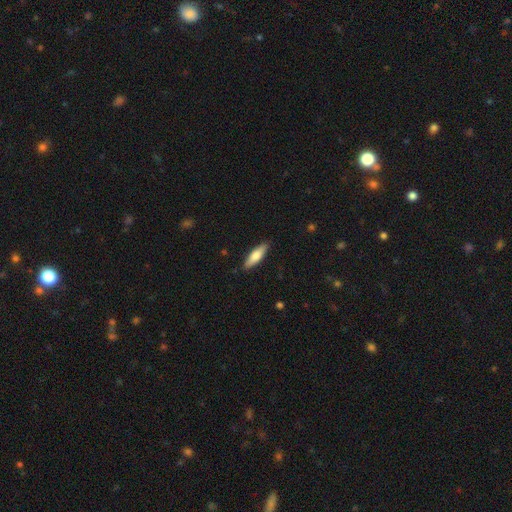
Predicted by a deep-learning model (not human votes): Smooth or featured: smooth — 68% (featured or disk — 27%)
How rounded: cigar-shaped — 59% (in between — 39%)
Merging: none — 87% (minor disturbance — 10%)